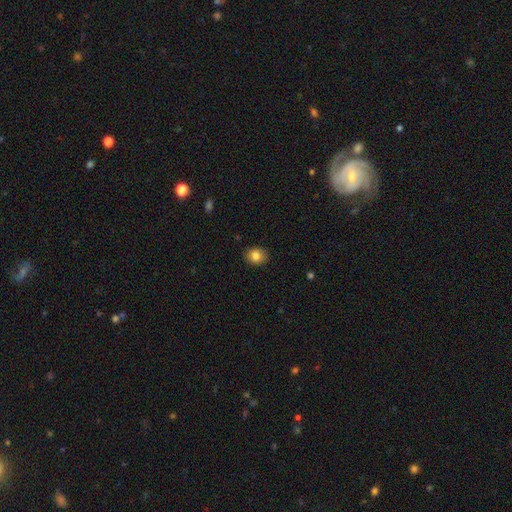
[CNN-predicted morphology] This is clearly a smooth galaxy (83%). How rounded: possibly round (60%). Merging: clearly none (89%).